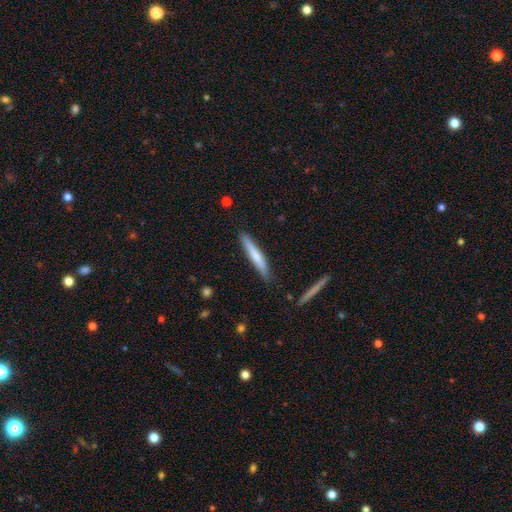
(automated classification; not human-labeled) smooth_or_featured: smooth (p=0.65) [alt: featured or disk p=0.30]
how_rounded: cigar-shaped (p=0.94) [alt: in between p=0.05]
merging: none (p=0.86) [alt: minor disturbance p=0.10]